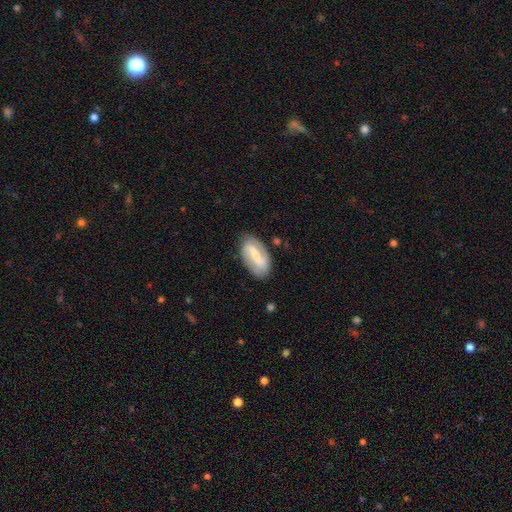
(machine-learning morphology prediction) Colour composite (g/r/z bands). It shows a featured or disk galaxy (67%) with a strong bar (55%), 2 (85%) loose (40%) spiral arms (82%) and a small central bulge (46%). Merging: none (82%).